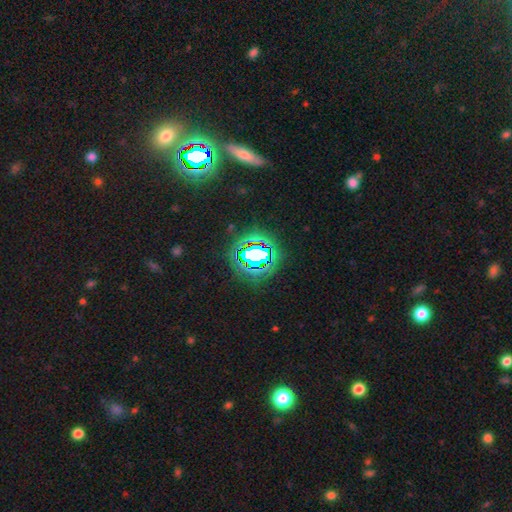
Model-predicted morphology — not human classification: This is likely a star or artifact rather than a galaxy (76%).